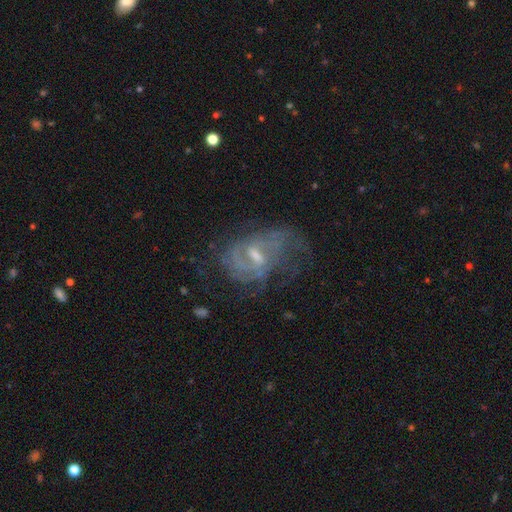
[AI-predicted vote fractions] Morphology: type=featured or disk (80%); edge-on=no (96%); bar=weak (58%); spiral arms=yes (85%); winding=medium (43%); arm count=can't tell (40%); bulge=small (43%); merging=none (49%).